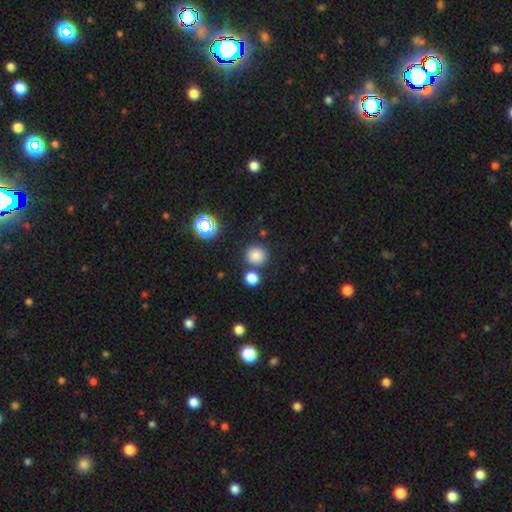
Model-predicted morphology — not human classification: smooth-or-featured: smooth: 79% | star or artifact: 15% | featured or disk: 5%
  how-rounded: round: 90% | in between: 9% | cigar-shaped: 1%
  merging: none: 79% | merger: 10% | minor disturbance: 8% | major disturbance: 3%